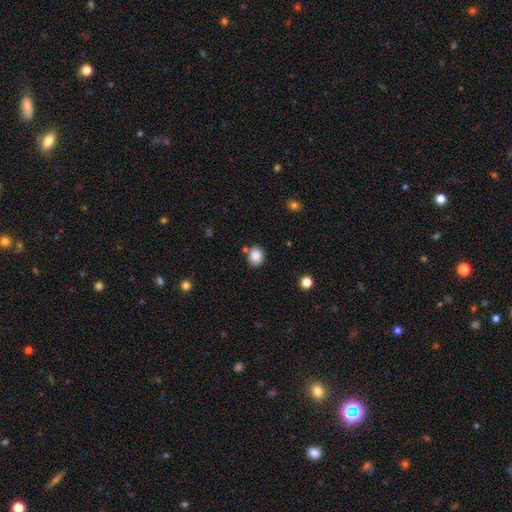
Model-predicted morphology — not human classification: Q: Smooth or featured?
A: smooth (87%); runner-up: star or artifact (9%)
Q: How rounded?
A: round (64%); runner-up: in between (36%)
Q: Merging?
A: none (76%); runner-up: minor disturbance (13%)